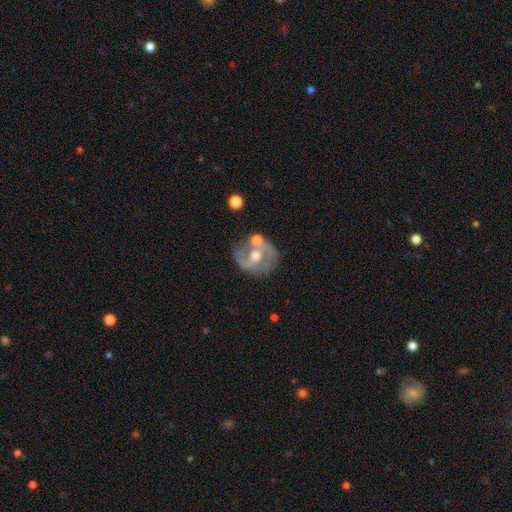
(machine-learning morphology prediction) This is likely a featured or disk galaxy (72%). It is clearly not viewed edge-on (96%). Bar: possibly no (45%). Spiral arm pattern: likely yes (68%). Central bulge: likely moderate (75%). Merging: likely none (66%).